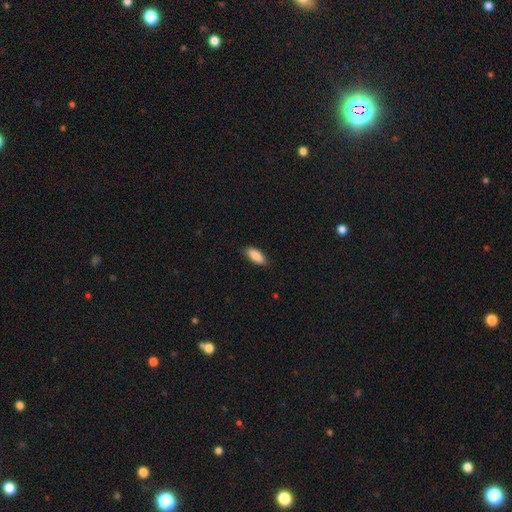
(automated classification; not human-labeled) A smooth galaxy with no disk features (87%) that is in between round and cigar-shaped (79%).

Vote fractions:
- Smooth or featured? smooth: 87% / featured or disk: 7% / star or artifact: 6%
- How rounded? in between: 79% / cigar-shaped: 19% / round: 2%
- Merging? none: 86% / minor disturbance: 11% / major disturbance: 2% / merger: 1%